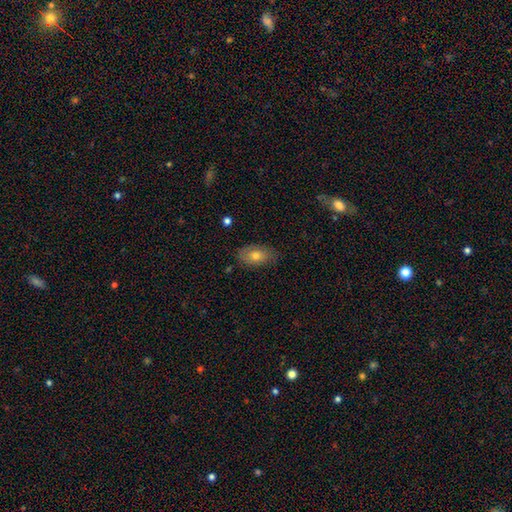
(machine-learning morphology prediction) smooth_or_featured: smooth (p=0.70) [alt: featured or disk p=0.22]
how_rounded: in between (p=0.90) [alt: round p=0.07]
merging: none (p=0.80) [alt: minor disturbance p=0.16]